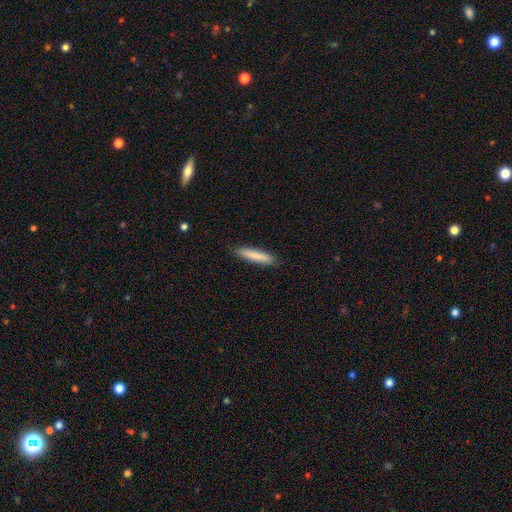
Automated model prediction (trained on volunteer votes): smooth 84%, featured or disk 10%, star or artifact 6%. Down the decision tree: how rounded — cigar-shaped (88%); merging — none (89%).